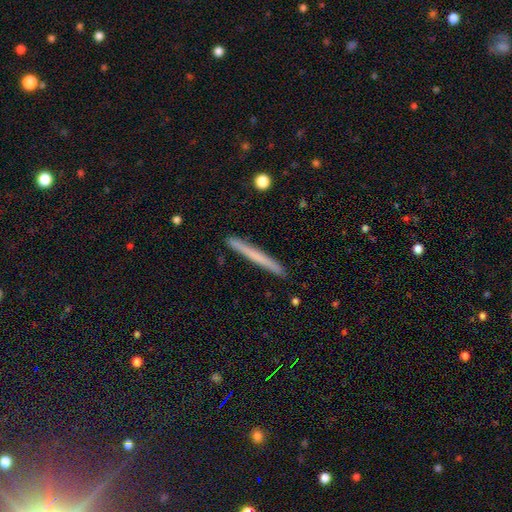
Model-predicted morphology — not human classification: The model was most divided on "smooth or featured": smooth: 59%, featured or disk: 35%, star or artifact: 7%. More confident: how rounded — cigar-shaped (97%); merging — none (91%).